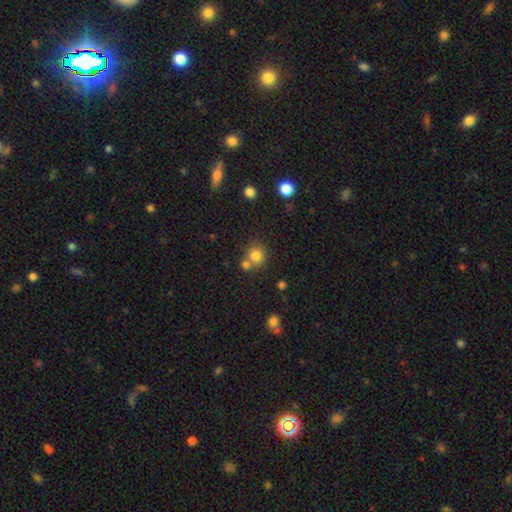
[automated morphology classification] Smooth or featured?
  - smooth: 80% *
  - star or artifact: 12%
  - featured or disk: 8%
How rounded?
  - round: 88% *
  - in between: 11%
  - cigar-shaped: 1%
Merging?
  - none: 59% *
  - merger: 28%
  - minor disturbance: 9%
  - major disturbance: 3%